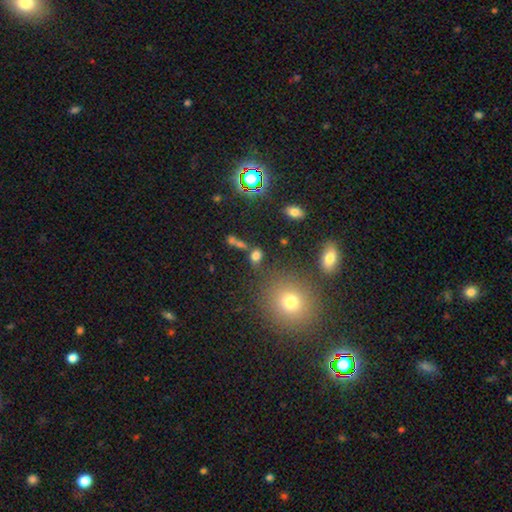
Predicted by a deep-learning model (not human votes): Morphology: type=smooth (66%); roundness=in between (55%); merging=none (53%).